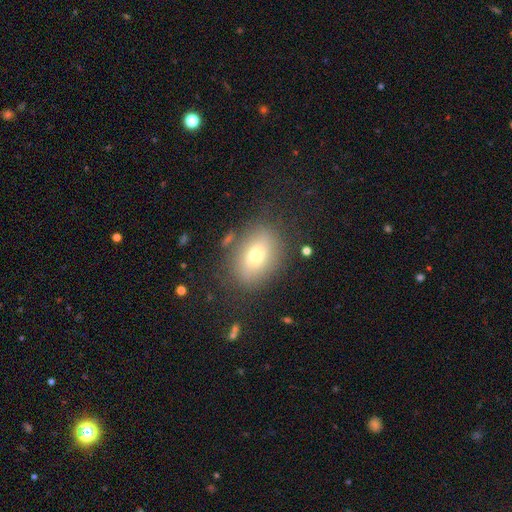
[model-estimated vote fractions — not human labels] This is likely a smooth galaxy (68%). How rounded: likely in between (71%). Merging: likely none (79%).